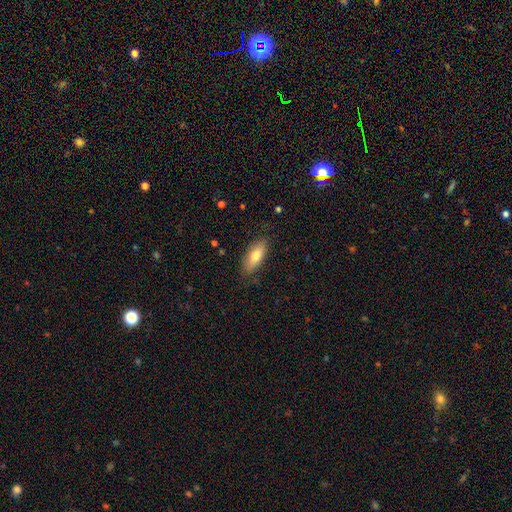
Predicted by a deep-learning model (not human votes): Smooth or featured? smooth (75%)
How rounded? in between (75%)
Merging? none (82%)